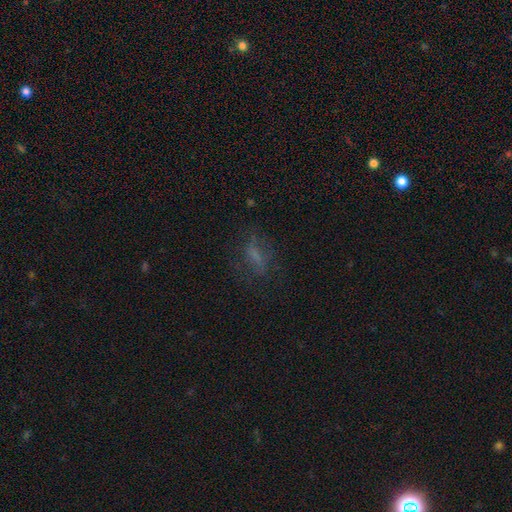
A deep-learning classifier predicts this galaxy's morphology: smooth_or_featured: smooth (p=0.50) [alt: featured or disk p=0.29]
how_rounded: in between (p=0.61) [alt: cigar-shaped p=0.28]
merging: none (p=0.64) [alt: minor disturbance p=0.18]